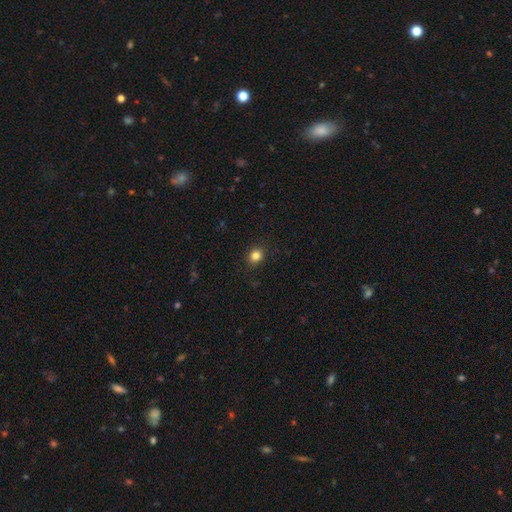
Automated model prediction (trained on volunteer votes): Smooth or featured: smooth — 83% (star or artifact — 12%)
How rounded: round — 82% (in between — 17%)
Merging: none — 90% (minor disturbance — 7%)